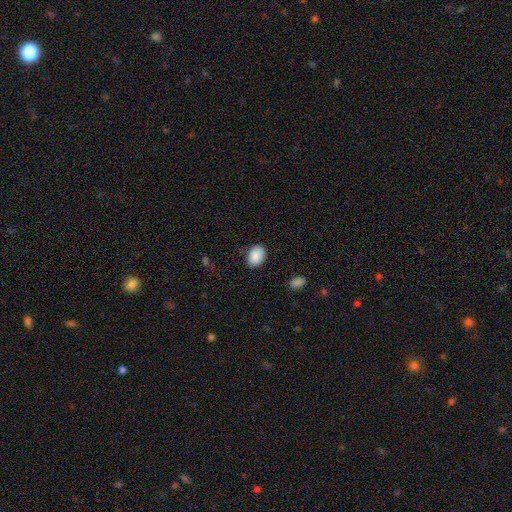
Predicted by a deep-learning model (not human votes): smooth_or_featured: smooth (p=0.89) [alt: star or artifact p=0.07]
how_rounded: in between (p=0.79) [alt: round p=0.20]
merging: none (p=0.83) [alt: minor disturbance p=0.13]